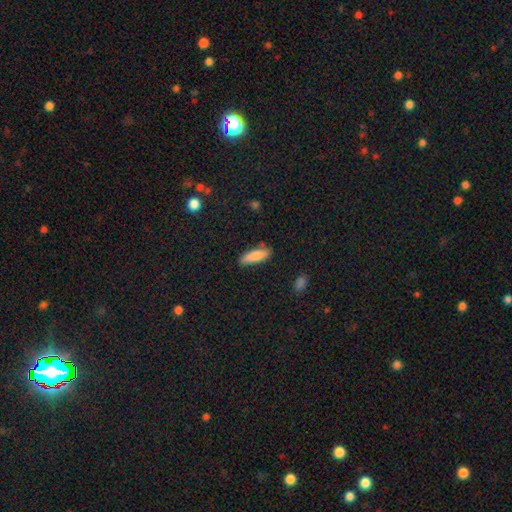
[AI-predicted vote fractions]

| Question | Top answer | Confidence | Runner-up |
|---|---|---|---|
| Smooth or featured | smooth | 83% | featured or disk (11%) |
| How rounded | cigar-shaped | 52% | in between (46%) |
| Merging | none | 81% | minor disturbance (14%) |